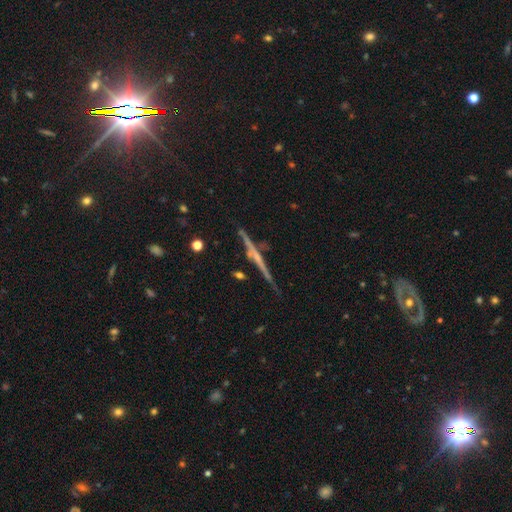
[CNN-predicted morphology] Overall: featured or disk (78%). Edge-on disk: yes (98%). Edge-on bulge: none (45%; rounded 43%). Merging: none (84%).